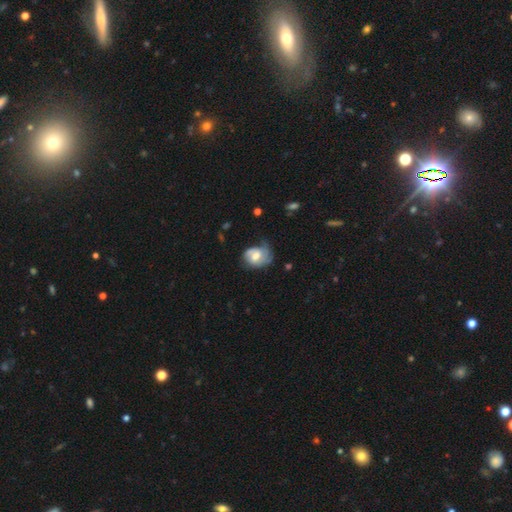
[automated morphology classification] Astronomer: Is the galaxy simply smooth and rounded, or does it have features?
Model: featured or disk — 57% (runner-up: smooth, 36%).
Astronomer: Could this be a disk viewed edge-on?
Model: no — 97%.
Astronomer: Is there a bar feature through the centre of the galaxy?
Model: no — 46% (runner-up: weak, 44%).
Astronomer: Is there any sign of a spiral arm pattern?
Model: yes — 81%.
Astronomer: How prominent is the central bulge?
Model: moderate — 64%.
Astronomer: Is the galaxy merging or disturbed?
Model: none — 46% (runner-up: minor disturbance, 32%).